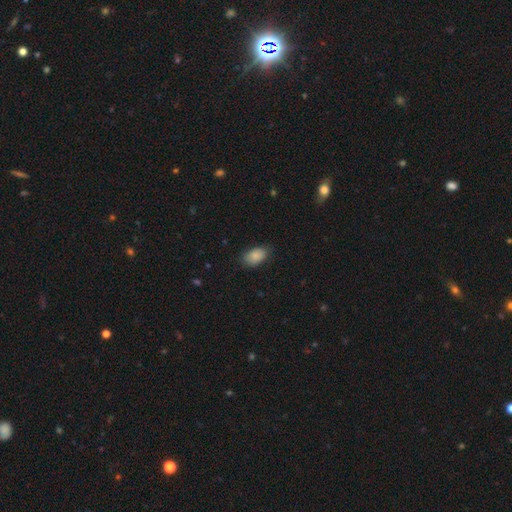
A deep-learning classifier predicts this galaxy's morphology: This is clearly a smooth galaxy (87%). How rounded: clearly in between (92%). Merging: likely none (77%).